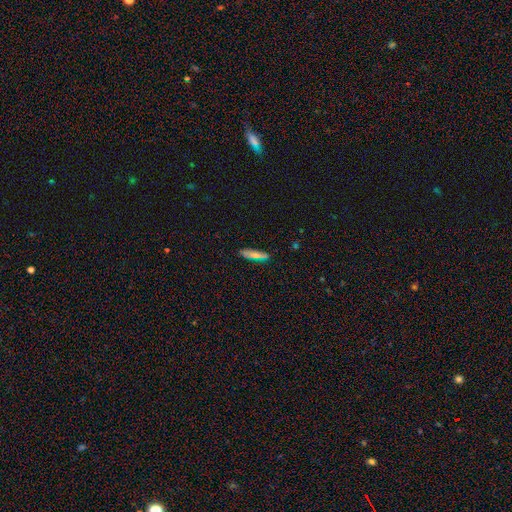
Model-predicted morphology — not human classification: smooth-or-featured: smooth: 71% | featured or disk: 19% | star or artifact: 10%
  how-rounded: cigar-shaped: 77% | in between: 20% | round: 3%
  merging: none: 84% | minor disturbance: 12% | major disturbance: 2% | merger: 2%